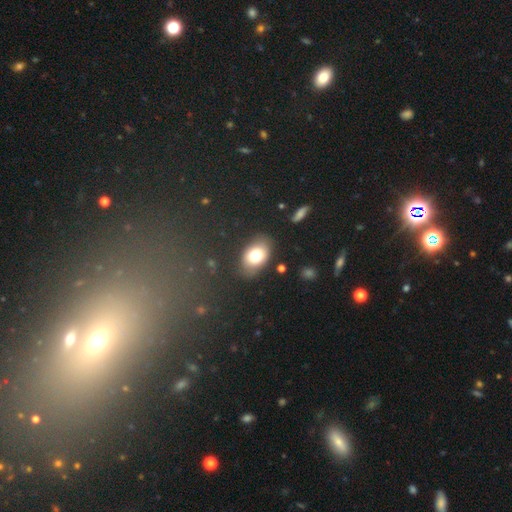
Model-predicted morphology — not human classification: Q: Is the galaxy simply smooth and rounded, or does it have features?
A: smooth — 76%.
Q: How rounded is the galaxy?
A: in between — 85%.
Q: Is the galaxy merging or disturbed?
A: none — 80%.